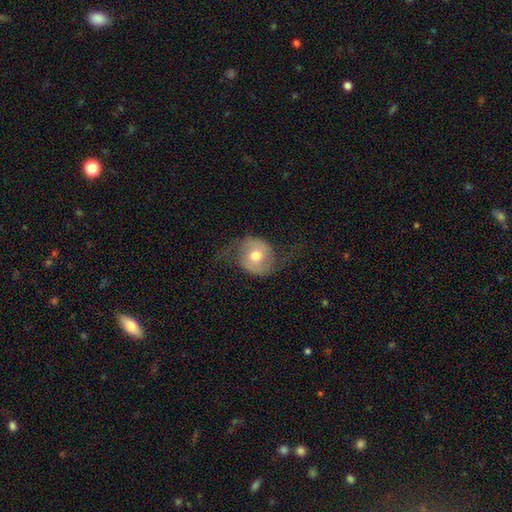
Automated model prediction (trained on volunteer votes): Smooth or featured?
  - featured or disk: 61% *
  - smooth: 32%
  - star or artifact: 7%
Edge-on disk?
  - no: 96% *
  - yes: 4%
Bar?
  - no: 63% *
  - weak: 27%
  - strong: 10%
Spiral arms?
  - yes: 77% *
  - no: 23%
Bulge size?
  - moderate: 76% *
  - small: 14%
  - large: 8%
  - dominant: 1%
  - none: 1%
Merging?
  - none: 63% *
  - major disturbance: 18%
  - minor disturbance: 18%
  - merger: 1%